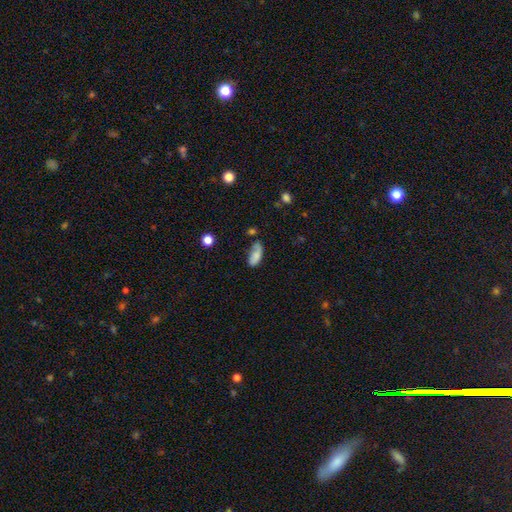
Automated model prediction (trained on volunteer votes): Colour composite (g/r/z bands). It shows a smooth galaxy with no disk features (76%) that is in between round and cigar-shaped (87%). Merging: none (49%).